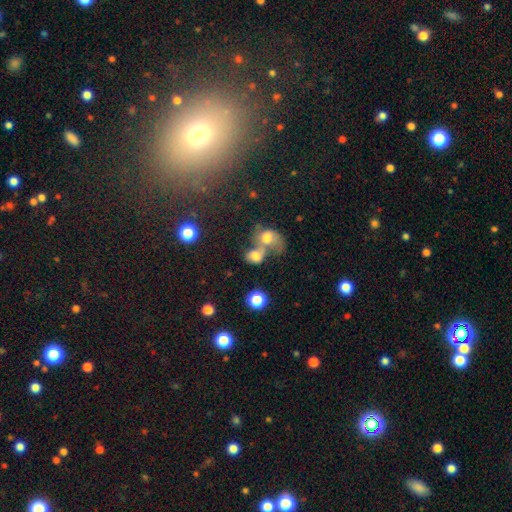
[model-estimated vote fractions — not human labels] smooth-or-featured: smooth: 66% | featured or disk: 20% | star or artifact: 14%
  how-rounded: in between: 50% | round: 48% | cigar-shaped: 2%
  merging: merger: 70% | none: 16% | major disturbance: 8% | minor disturbance: 6%